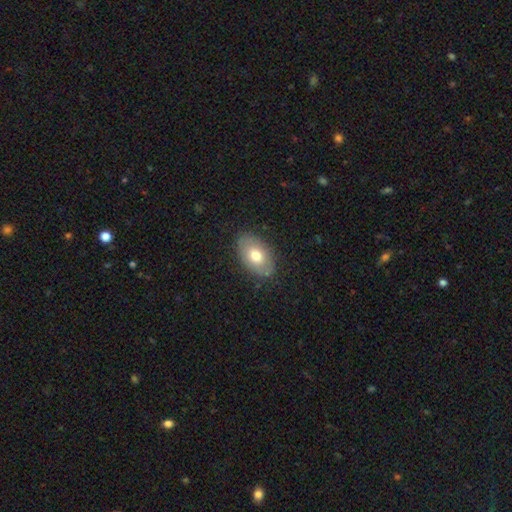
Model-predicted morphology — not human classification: smooth 69%, featured or disk 25%, star or artifact 7%. Down the decision tree: how rounded — in between (91%); merging — none (83%).